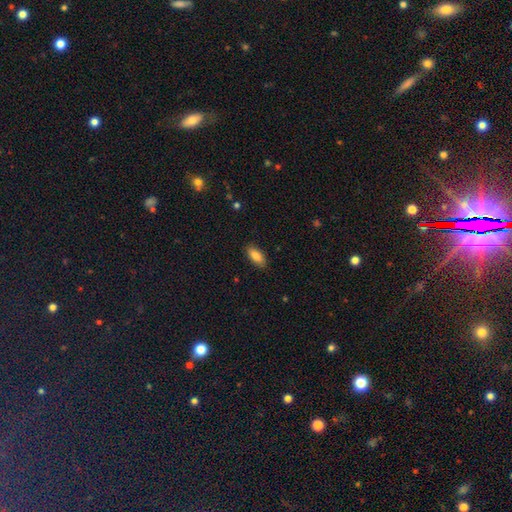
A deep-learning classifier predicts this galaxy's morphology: smooth 85%, featured or disk 8%, star or artifact 7%. Down the decision tree: how rounded — in between (85%); merging — none (87%).